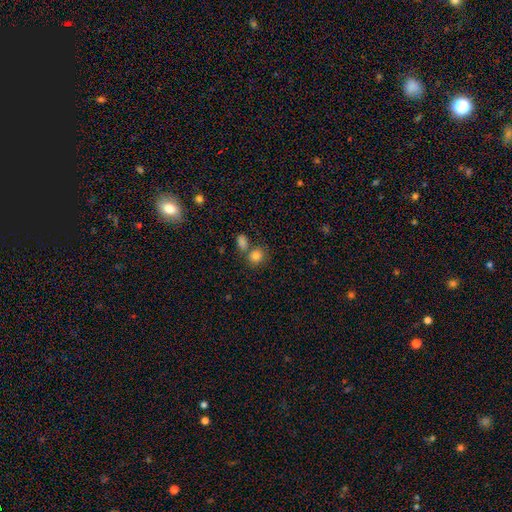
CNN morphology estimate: smooth-or-featured: smooth: 83% | star or artifact: 11% | featured or disk: 7%
  how-rounded: round: 71% | in between: 28% | cigar-shaped: 1%
  merging: none: 60% | merger: 27% | minor disturbance: 10% | major disturbance: 4%